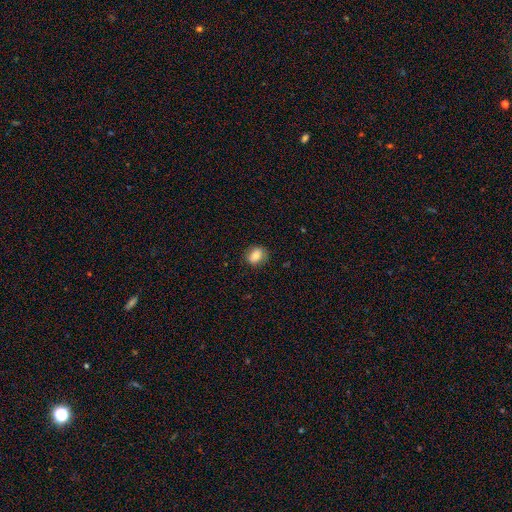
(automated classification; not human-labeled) smooth 80%, featured or disk 12%, star or artifact 9%. Down the decision tree: how rounded — in between (55%); merging — none (81%).